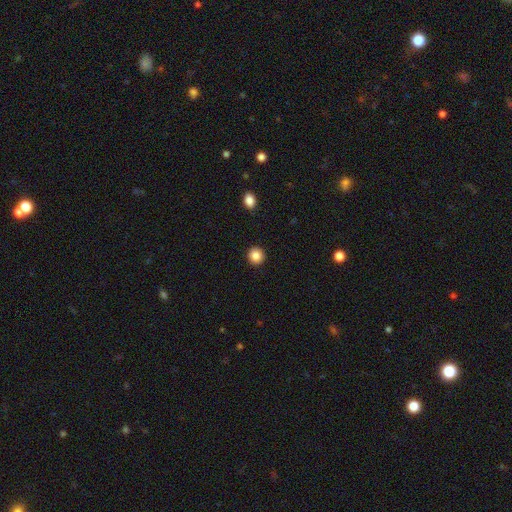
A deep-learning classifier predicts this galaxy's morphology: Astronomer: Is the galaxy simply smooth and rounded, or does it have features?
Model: smooth — 86%.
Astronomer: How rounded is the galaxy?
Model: round — 93%.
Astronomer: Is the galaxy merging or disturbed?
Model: none — 93%.